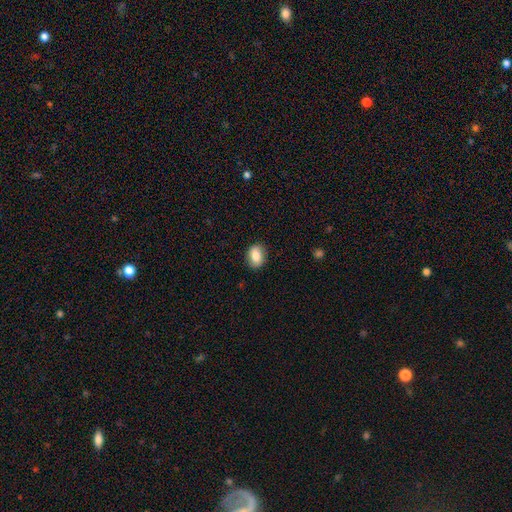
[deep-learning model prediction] A smooth galaxy with no disk features (84%) that is in between round and cigar-shaped (72%).

Vote fractions:
- Smooth or featured? smooth: 84% / featured or disk: 9% / star or artifact: 8%
- How rounded? in between: 72% / round: 27% / cigar-shaped: 1%
- Merging? none: 86% / minor disturbance: 11% / major disturbance: 3% / merger: 1%